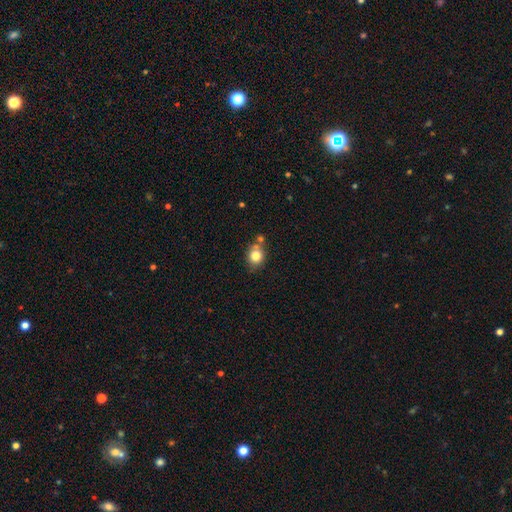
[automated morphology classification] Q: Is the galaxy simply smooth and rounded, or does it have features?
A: smooth — 80%.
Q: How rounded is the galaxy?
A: round — 67%.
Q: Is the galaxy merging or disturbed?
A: none — 64%.